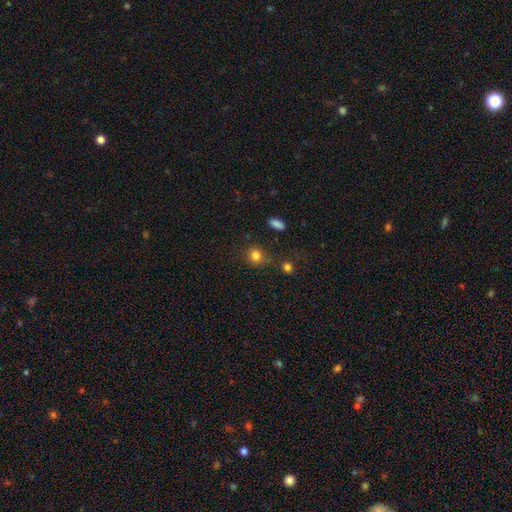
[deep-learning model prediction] Smooth or featured: smooth — 82% (star or artifact — 13%)
How rounded: round — 82% (in between — 17%)
Merging: none — 73% (minor disturbance — 14%)